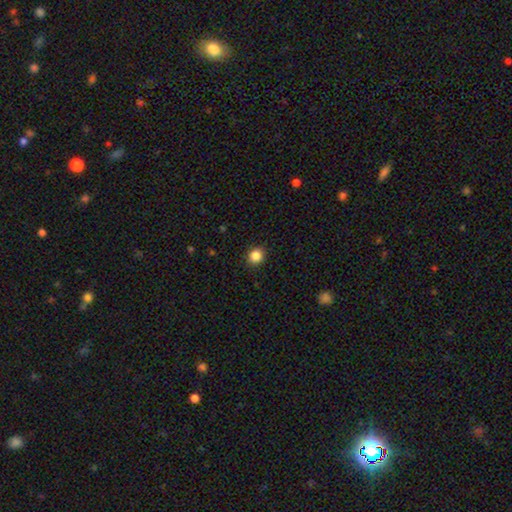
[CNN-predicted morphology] A smooth galaxy with no disk features (87%) that is round (86%). Merging: none (91%).